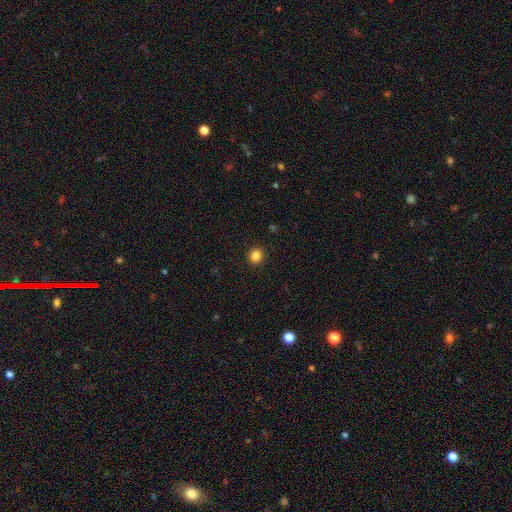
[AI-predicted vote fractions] Smooth or featured? smooth (84%)
How rounded? round (85%)
Merging? none (92%)